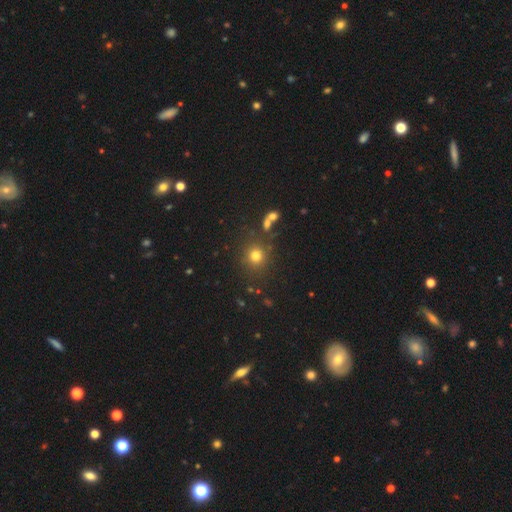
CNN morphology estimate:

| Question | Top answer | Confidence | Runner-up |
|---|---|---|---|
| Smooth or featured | smooth | 76% | star or artifact (17%) |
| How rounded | round | 90% | in between (9%) |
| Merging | none | 81% | minor disturbance (9%) |